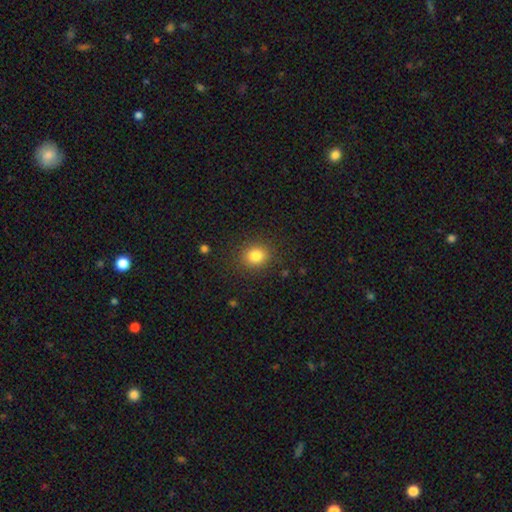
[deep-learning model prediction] Smooth or featured? Predicted: smooth (p=0.82). How rounded? Predicted: round (p=0.78). Merging? Predicted: none (p=0.88).